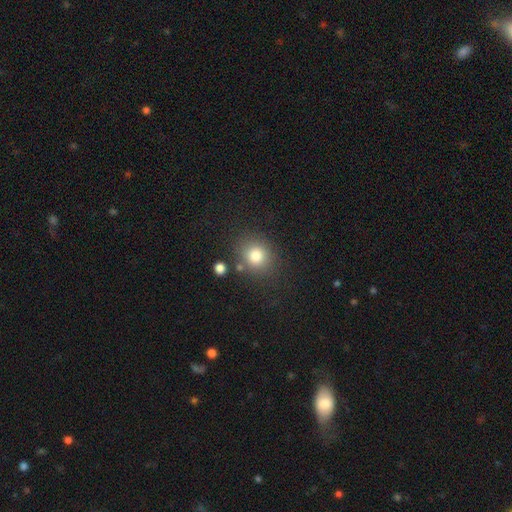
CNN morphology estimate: This is clearly a smooth galaxy (80%). How rounded: likely round (73%). Merging: likely none (77%).